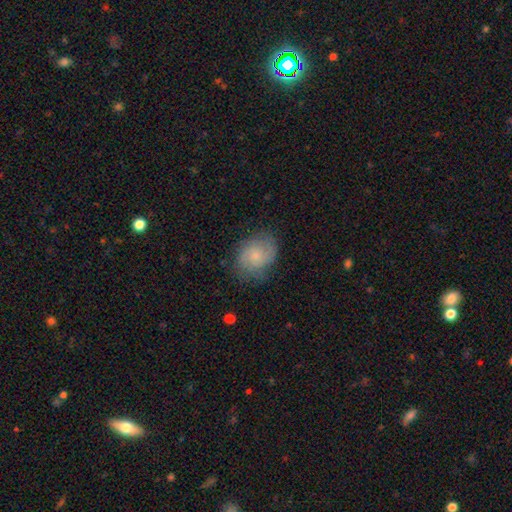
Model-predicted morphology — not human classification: Q: Smooth or featured?
A: featured or disk (47%); runner-up: smooth (44%)
Q: Merging?
A: none (71%); runner-up: minor disturbance (20%)